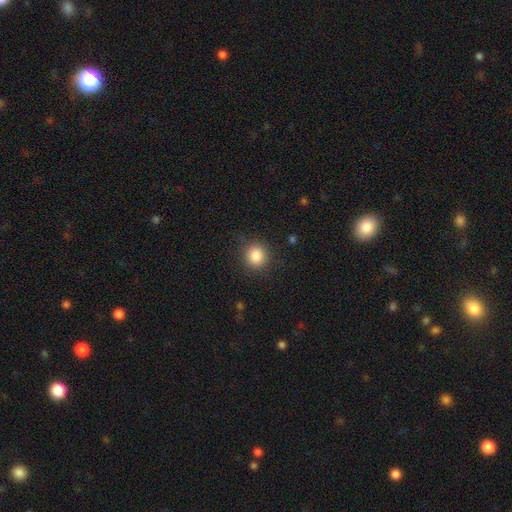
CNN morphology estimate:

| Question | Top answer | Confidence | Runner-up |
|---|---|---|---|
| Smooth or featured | smooth | 85% | star or artifact (10%) |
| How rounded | round | 90% | in between (9%) |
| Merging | none | 87% | minor disturbance (9%) |